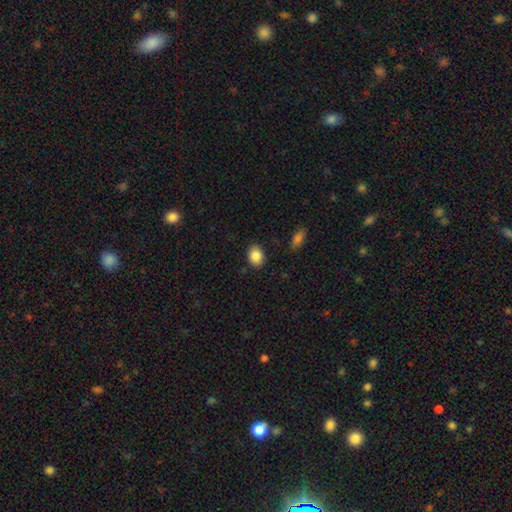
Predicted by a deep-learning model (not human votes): This appears to be a smooth galaxy with no disk features (87%) that is in between round and cigar-shaped (67%). Merging: none (86%).